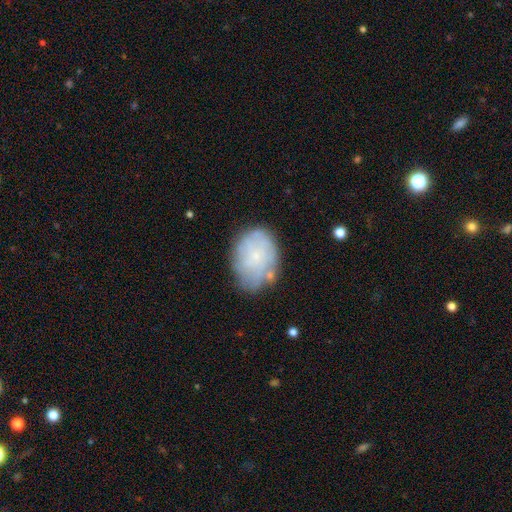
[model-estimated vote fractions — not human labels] A smooth galaxy with no disk features (52%) that is in between round and cigar-shaped (74%).

Vote fractions:
- Smooth or featured? smooth: 52% / featured or disk: 40% / star or artifact: 8%
- How rounded? in between: 74% / round: 25% / cigar-shaped: 1%
- Merging? none: 61% / minor disturbance: 26% / major disturbance: 9% / merger: 5%